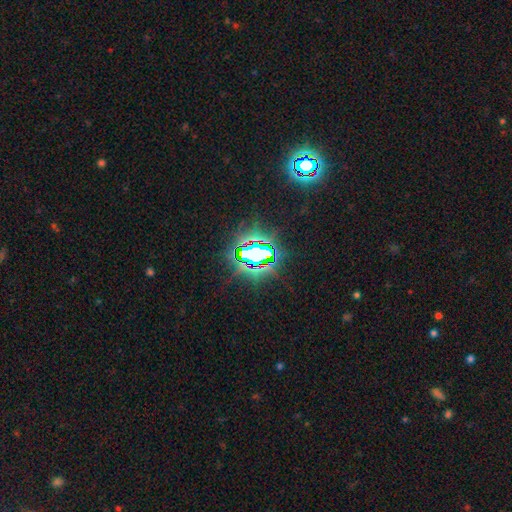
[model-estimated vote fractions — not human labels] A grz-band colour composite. It shows a star or artifact, not a galaxy (83%).